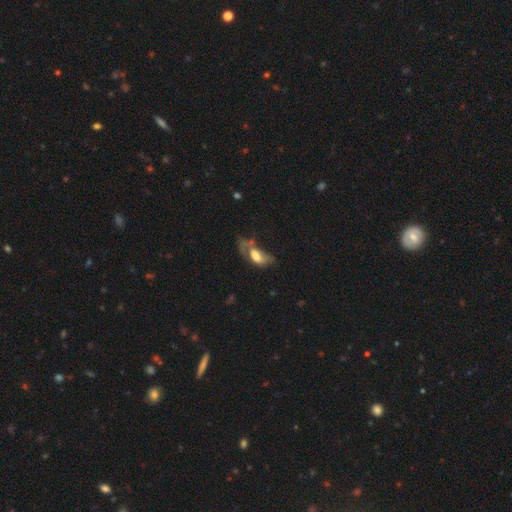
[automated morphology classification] This is possibly a smooth galaxy (47%). Merging: possibly major disturbance (47%).